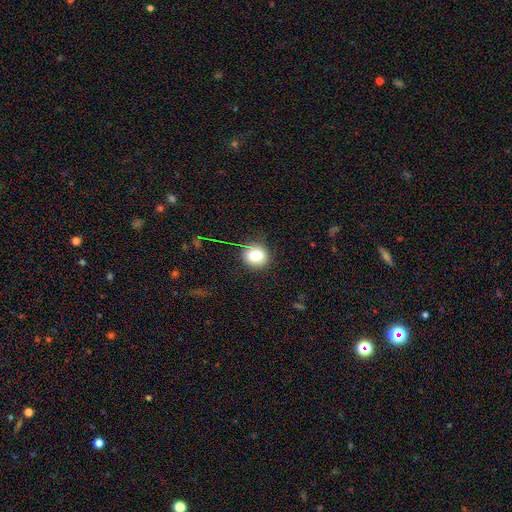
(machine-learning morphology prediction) smooth_or_featured: smooth (p=0.78) [alt: star or artifact p=0.11]
how_rounded: round (p=0.76) [alt: in between p=0.23]
merging: none (p=0.82) [alt: minor disturbance p=0.13]